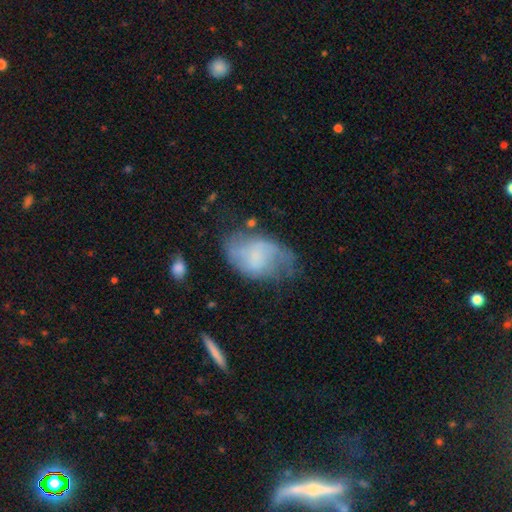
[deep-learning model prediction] The model was most divided on "merging": none: 43%, minor disturbance: 31%, major disturbance: 22%, merger: 4%. Remaining: edge-on disk — no (97%); spiral arms — yes (77%); bar — no (55%); smooth or featured — featured or disk (55%); bulge size — none (47%).